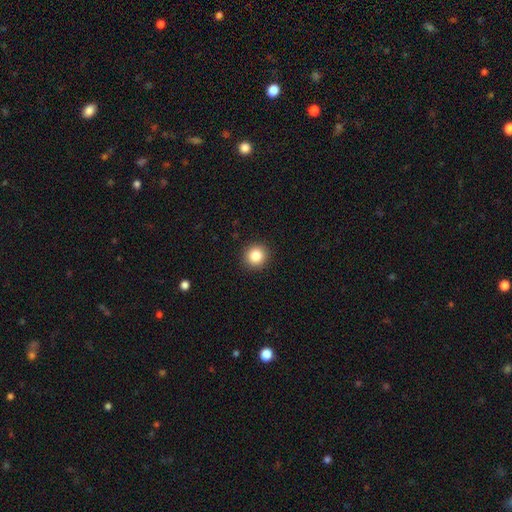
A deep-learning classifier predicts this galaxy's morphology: The model was most divided on "smooth or featured": smooth: 85%, star or artifact: 10%, featured or disk: 5%. More confident: how rounded — round (92%); merging — none (92%).